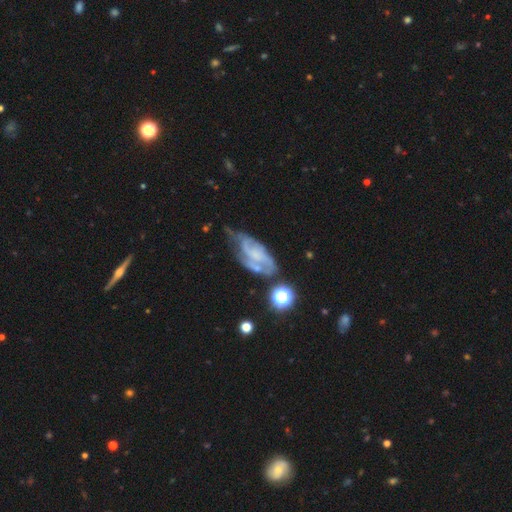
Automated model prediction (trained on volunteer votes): smooth_or_featured: featured or disk (p=0.71) [alt: smooth p=0.19]
disk_edge_on: no (p=0.93) [alt: yes p=0.07]
bar: no (p=0.58) [alt: weak p=0.32]
has_spiral_arms: yes (p=0.83) [alt: no p=0.17]
spiral_winding: medium (p=0.43) [alt: tight p=0.36]
spiral_arm_count: 2 (p=0.49) [alt: can't tell p=0.28]
bulge_size: none (p=0.45) [alt: small p=0.35]
merging: none (p=0.40) [alt: minor disturbance p=0.30]